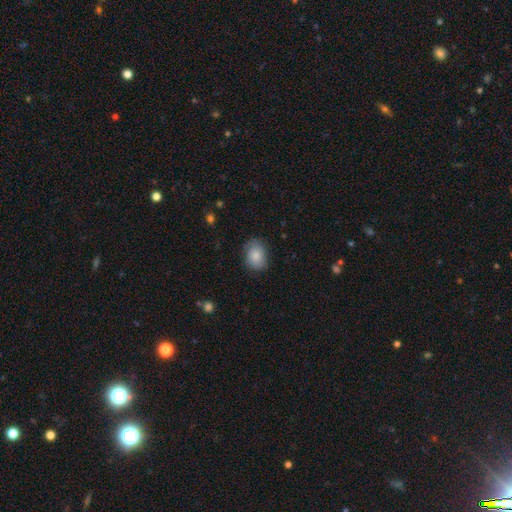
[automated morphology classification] smooth-or-featured: smooth: 83% | featured or disk: 10% | star or artifact: 7%
  how-rounded: in between: 67% | round: 32% | cigar-shaped: 1%
  merging: none: 76% | minor disturbance: 18% | major disturbance: 4% | merger: 1%